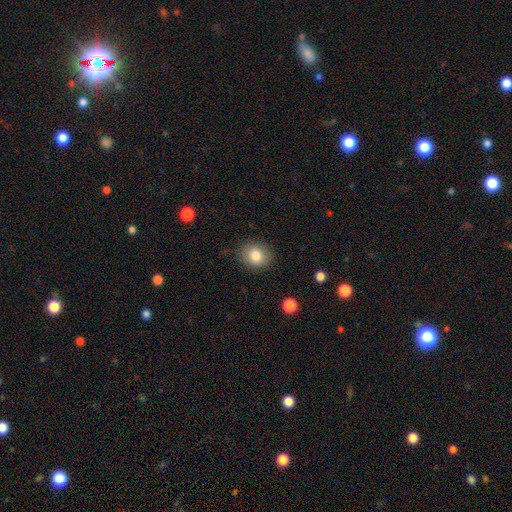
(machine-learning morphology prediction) Overall: smooth (83%). How rounded: round (73%). Merging: none (85%).